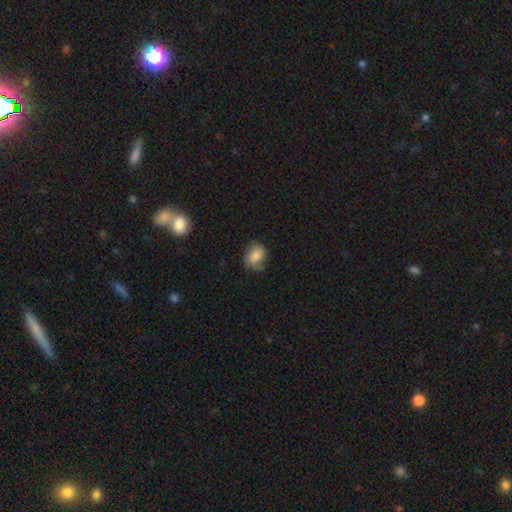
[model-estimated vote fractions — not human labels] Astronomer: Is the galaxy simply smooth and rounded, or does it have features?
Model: smooth — 70%.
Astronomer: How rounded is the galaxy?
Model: in between — 57% (runner-up: round, 42%).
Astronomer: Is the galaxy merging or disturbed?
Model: none — 49% (runner-up: minor disturbance, 33%).